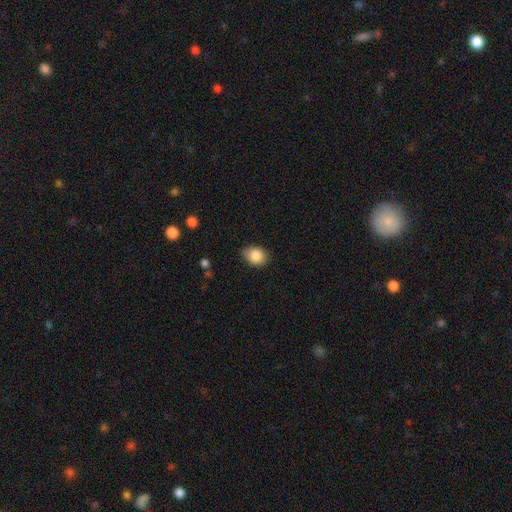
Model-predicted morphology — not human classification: type=smooth (85%); roundness=in between (60%); merging=none (73%).